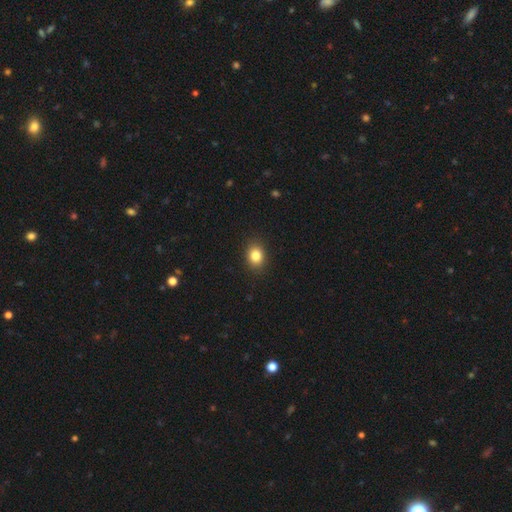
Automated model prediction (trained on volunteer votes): This is clearly a smooth galaxy (84%). How rounded: possibly round (50%, tied with in between). Merging: clearly none (89%).